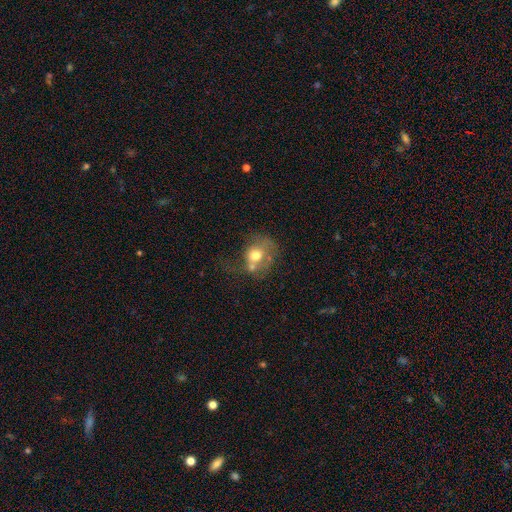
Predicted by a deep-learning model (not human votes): This appears to be a smooth galaxy with no disk features (59%) that is round (66%). Merging: merger (34%).